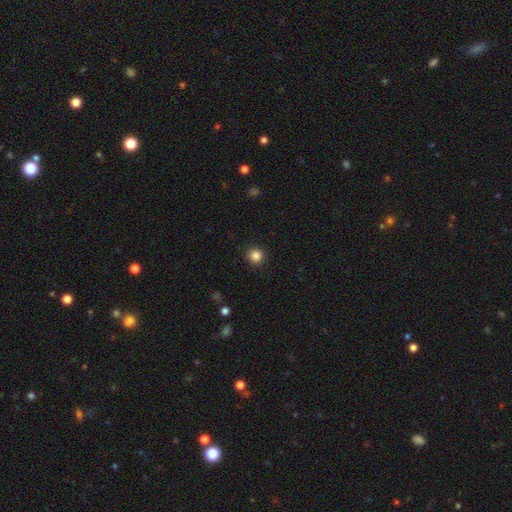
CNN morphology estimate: Smooth or featured?
  - smooth: 86% *
  - star or artifact: 10%
  - featured or disk: 3%
How rounded?
  - round: 94% *
  - in between: 5%
  - cigar-shaped: 1%
Merging?
  - none: 92% *
  - minor disturbance: 5%
  - major disturbance: 2%
  - merger: 1%